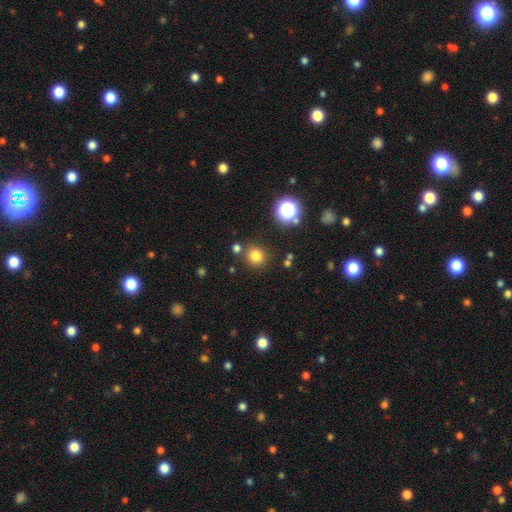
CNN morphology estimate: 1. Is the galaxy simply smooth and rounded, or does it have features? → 77% smooth, 17% star or artifact, 6% featured or disk.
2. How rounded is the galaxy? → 90% round, 9% in between, 1% cigar-shaped.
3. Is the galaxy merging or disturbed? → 81% none, 8% minor disturbance, 7% merger, 3% major disturbance.